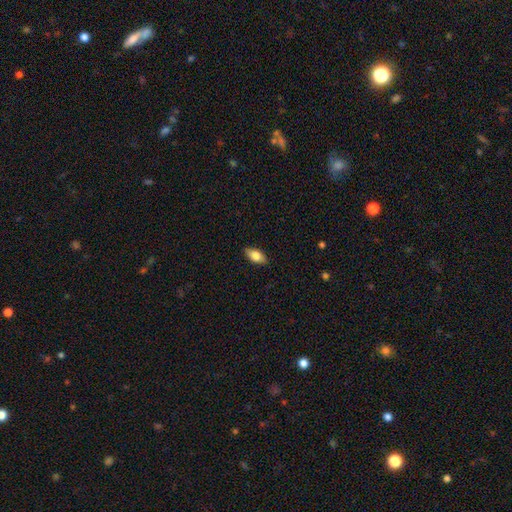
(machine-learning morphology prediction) smooth 76%, featured or disk 17%, star or artifact 7%. Down the decision tree: how rounded — in between (89%); merging — none (88%).